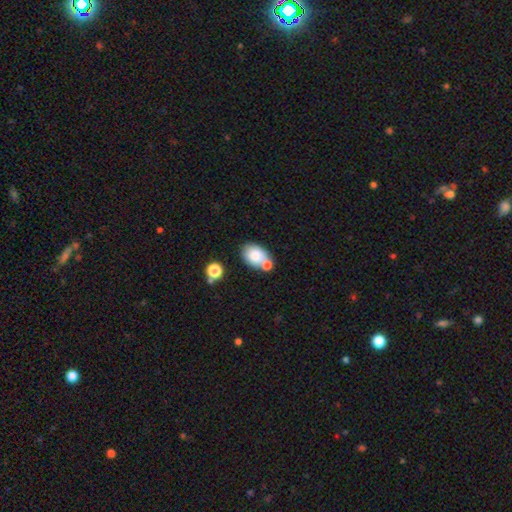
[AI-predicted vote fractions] smooth_or_featured: smooth (p=0.80) [alt: featured or disk p=0.12]
how_rounded: in between (p=0.86) [alt: round p=0.13]
merging: none (p=0.56) [alt: merger p=0.24]